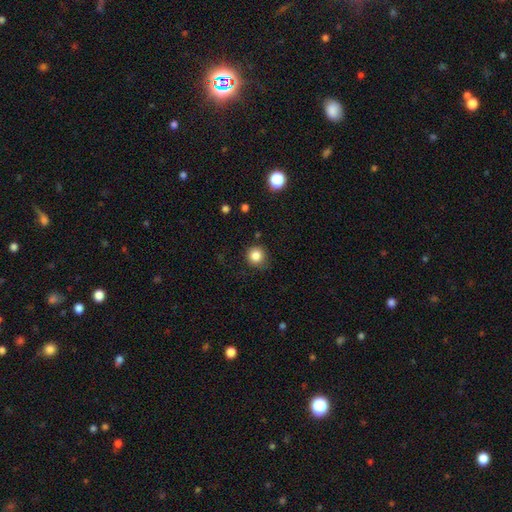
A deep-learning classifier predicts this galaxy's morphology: Smooth or featured: smooth — 84% (star or artifact — 11%)
How rounded: round — 92% (in between — 7%)
Merging: none — 83% (minor disturbance — 12%)